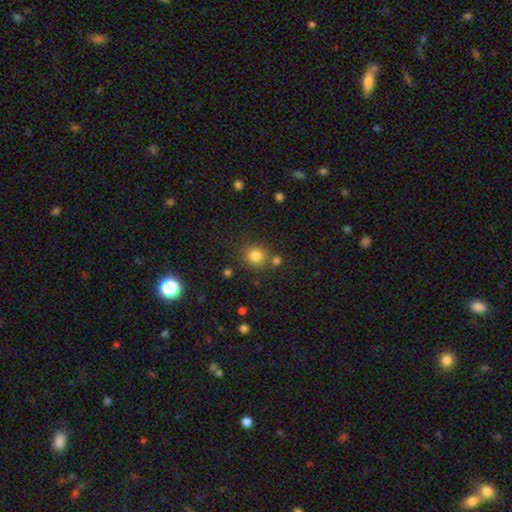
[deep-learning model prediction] This appears to be a smooth galaxy with no disk features (82%) that is round (91%). Merging: none (76%).